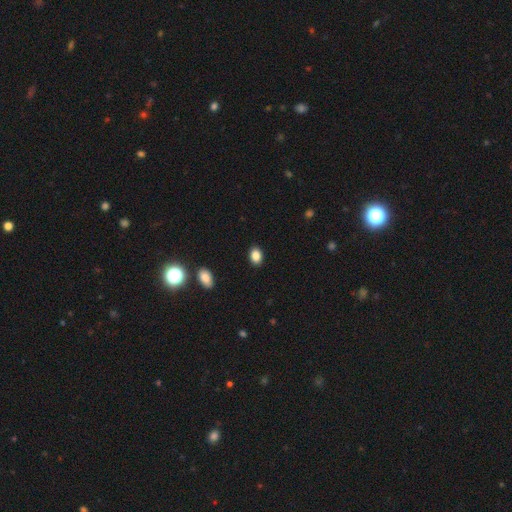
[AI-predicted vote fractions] This is clearly a smooth galaxy (86%). How rounded: likely in between (77%). Merging: clearly none (90%).